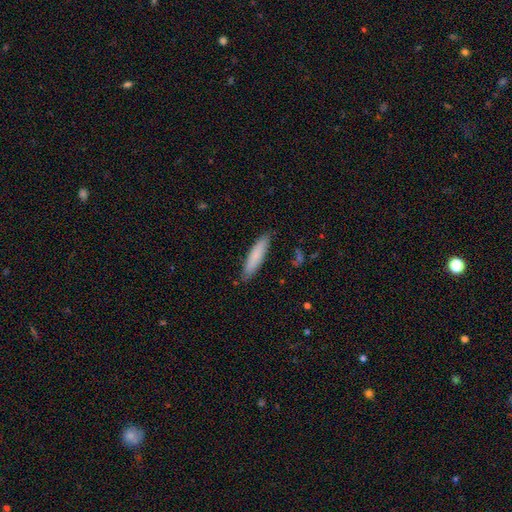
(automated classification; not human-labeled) Smooth or featured? Predicted: smooth (p=0.80). How rounded? Predicted: cigar-shaped (p=0.84). Merging? Predicted: none (p=0.85).